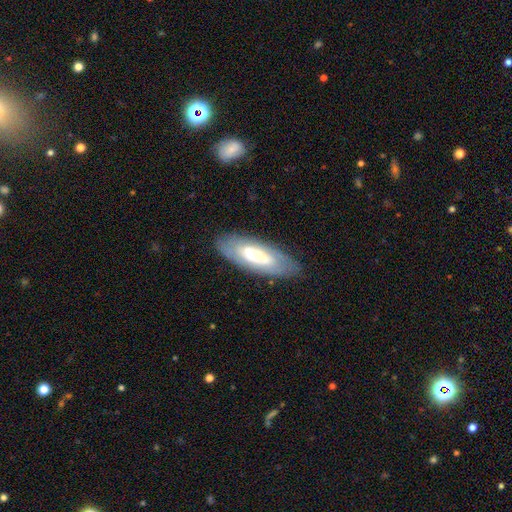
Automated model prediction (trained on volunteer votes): The model was most divided on "smooth or featured": smooth: 48%, featured or disk: 45%, star or artifact: 6%. More confident: merging — none (80%).